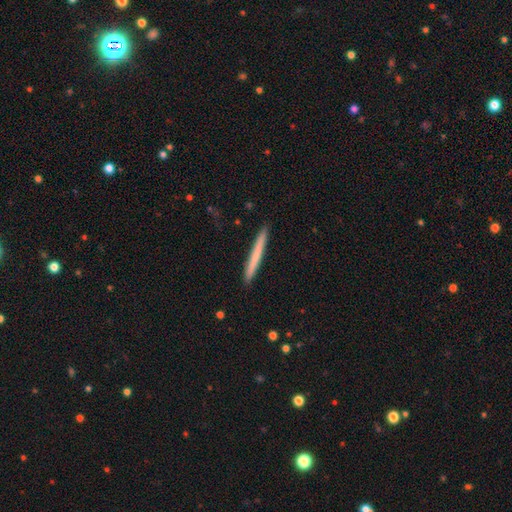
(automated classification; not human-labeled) smooth 65%, featured or disk 29%, star or artifact 5%. Down the decision tree: how rounded — cigar-shaped (97%); merging — none (92%).